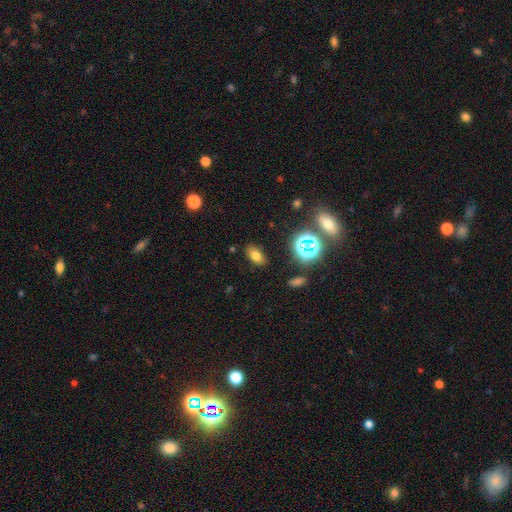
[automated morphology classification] smooth-or-featured: smooth: 70% | star or artifact: 20% | featured or disk: 11%
  how-rounded: in between: 87% | round: 10% | cigar-shaped: 3%
  merging: none: 85% | minor disturbance: 10% | major disturbance: 3% | merger: 2%